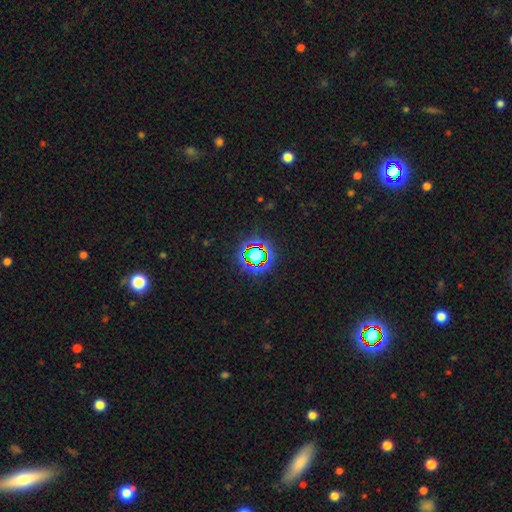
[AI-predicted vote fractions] A star or artifact, not a galaxy (67%).

Vote fractions:
- Smooth or featured? star or artifact: 67% / smooth: 21% / featured or disk: 12%